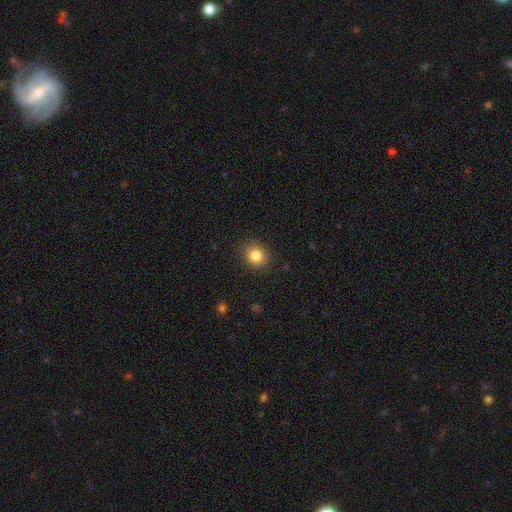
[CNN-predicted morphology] A smooth galaxy with no disk features (84%) that is round (79%).

Vote fractions:
- Smooth or featured? smooth: 84% / star or artifact: 10% / featured or disk: 5%
- How rounded? round: 79% / in between: 20% / cigar-shaped: 1%
- Merging? none: 89% / minor disturbance: 7% / major disturbance: 3% / merger: 1%